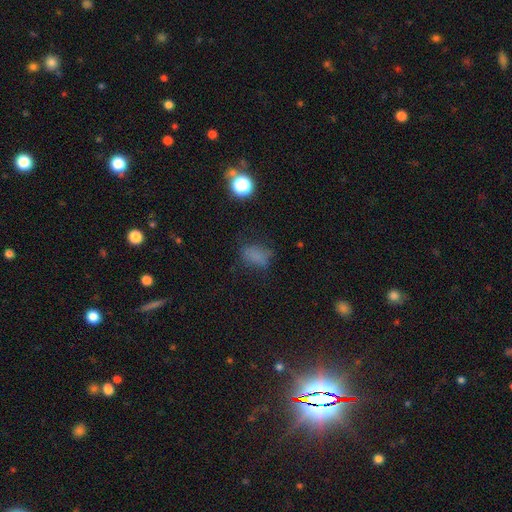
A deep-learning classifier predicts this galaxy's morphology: The model was most divided on "merging": none: 60%, minor disturbance: 24%, major disturbance: 13%, merger: 3%. More confident: how rounded — in between (75%); smooth or featured — smooth (69%).